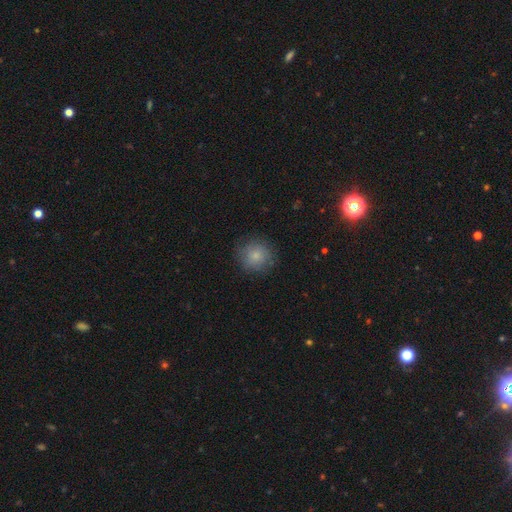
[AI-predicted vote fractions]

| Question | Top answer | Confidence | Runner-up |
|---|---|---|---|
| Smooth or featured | smooth | 81% | featured or disk (11%) |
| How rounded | round | 91% | in between (8%) |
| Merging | none | 81% | minor disturbance (14%) |